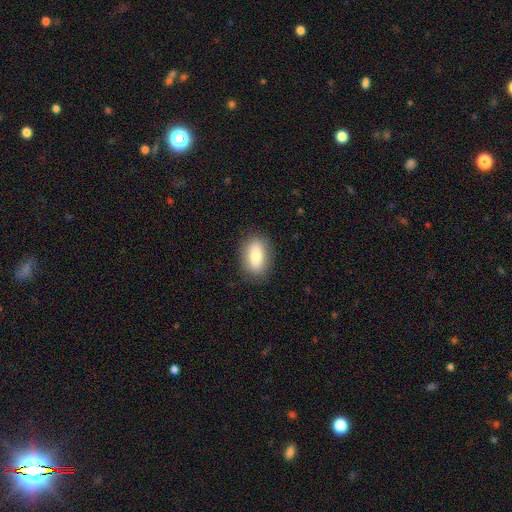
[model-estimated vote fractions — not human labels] Smooth or featured? smooth (75%)
How rounded? in between (83%)
Merging? none (85%)